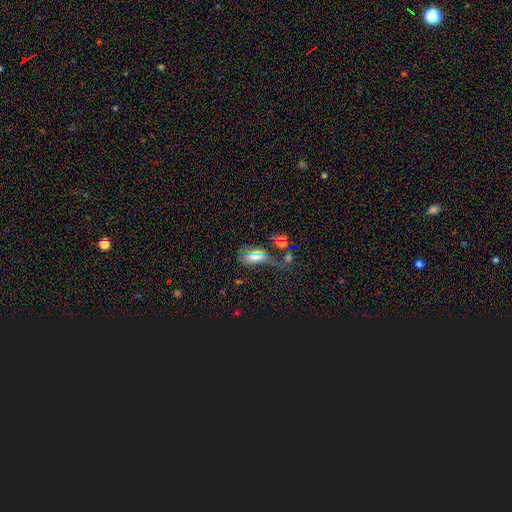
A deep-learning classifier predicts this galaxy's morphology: Q: Smooth or featured?
A: smooth (49%); runner-up: star or artifact (33%)
Q: Merging?
A: none (47%); runner-up: minor disturbance (21%)